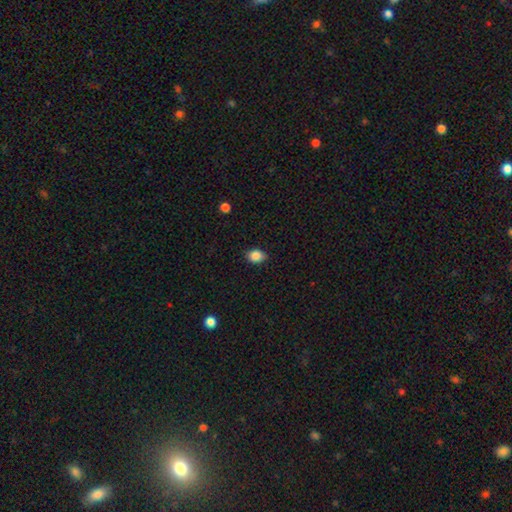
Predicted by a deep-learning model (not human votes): A smooth galaxy with no disk features (87%) that is in between round and cigar-shaped (66%). Merging: none (83%).